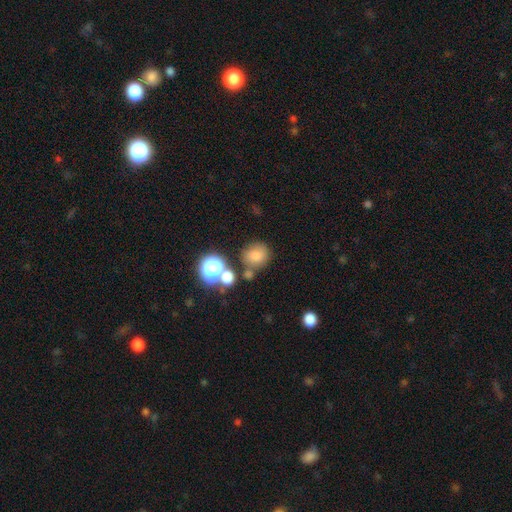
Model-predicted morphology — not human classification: Smooth or featured? smooth (75%)
How rounded? round (80%)
Merging? none (62%)